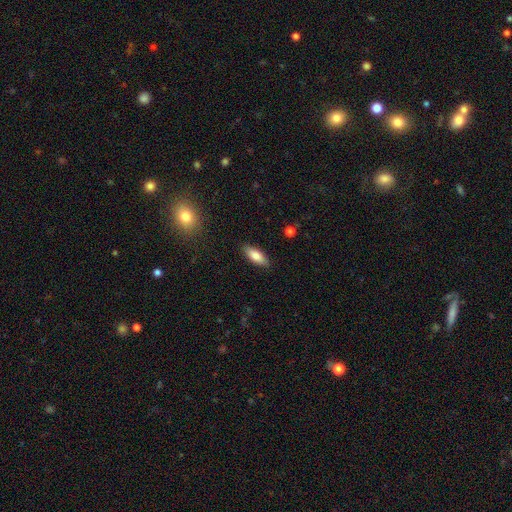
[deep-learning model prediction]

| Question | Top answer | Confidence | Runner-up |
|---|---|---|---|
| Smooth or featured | smooth | 79% | featured or disk (14%) |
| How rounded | in between | 74% | cigar-shaped (24%) |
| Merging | none | 87% | minor disturbance (9%) |